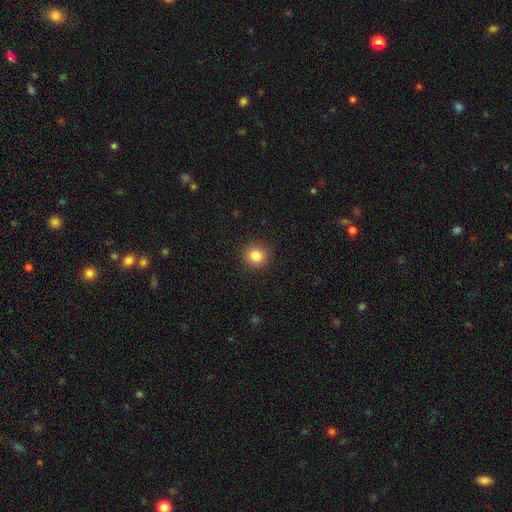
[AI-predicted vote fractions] The model was most divided on "smooth or featured": smooth: 85%, star or artifact: 11%, featured or disk: 4%. More confident: merging — none (91%); how rounded — round (90%).